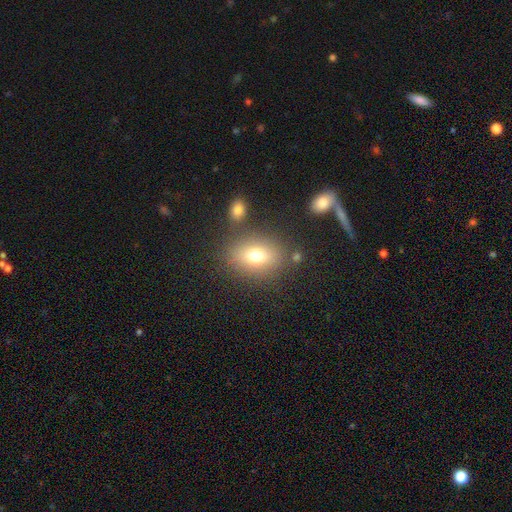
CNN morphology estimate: type=smooth (71%); roundness=in between (71%); merging=none (78%).